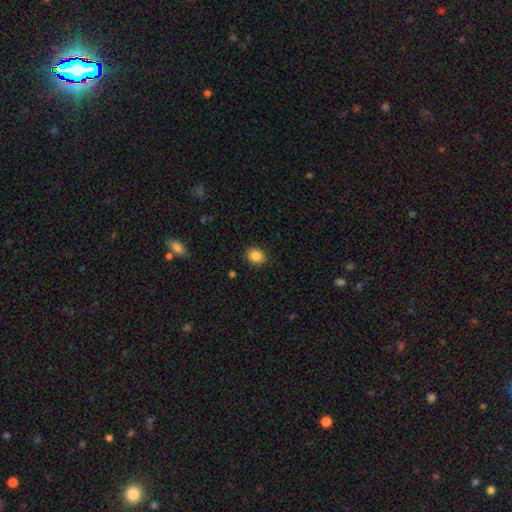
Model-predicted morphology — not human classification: Smooth or featured?
  - smooth: 87% *
  - star or artifact: 9%
  - featured or disk: 5%
How rounded?
  - round: 51% *
  - in between: 48%
  - cigar-shaped: 1%
Merging?
  - none: 88% *
  - minor disturbance: 9%
  - major disturbance: 2%
  - merger: 1%